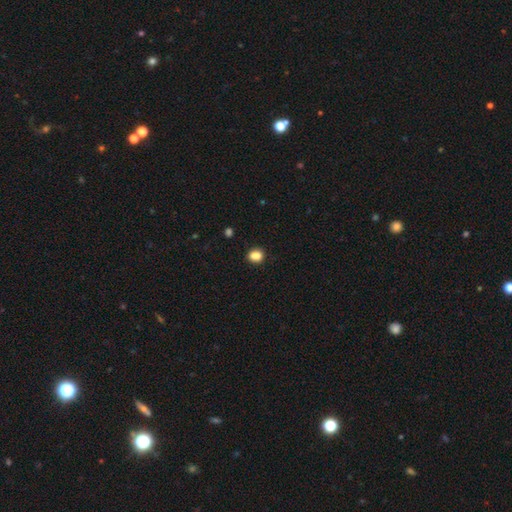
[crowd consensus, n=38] smooth-or-featured: smooth: 89% | featured or disk: 5% | star or artifact: 5%
  how-rounded: round: 74% | in between: 24% | cigar-shaped: 3%
  merging: none: 81% | merger: 14% | minor disturbance: 6% | major disturbance: 0%